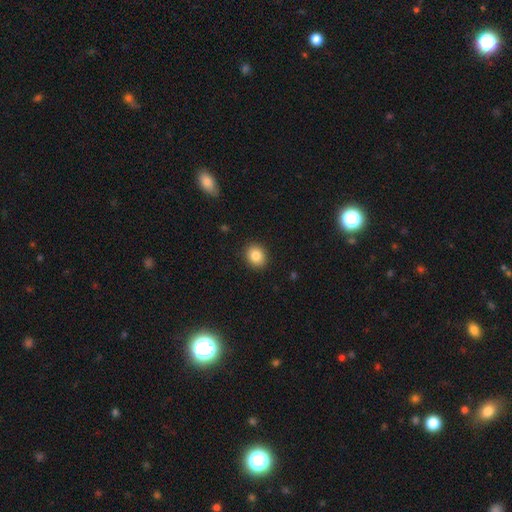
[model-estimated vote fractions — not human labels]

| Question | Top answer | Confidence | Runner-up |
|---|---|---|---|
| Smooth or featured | smooth | 86% | star or artifact (9%) |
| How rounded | round | 59% | in between (40%) |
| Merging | none | 91% | minor disturbance (7%) |